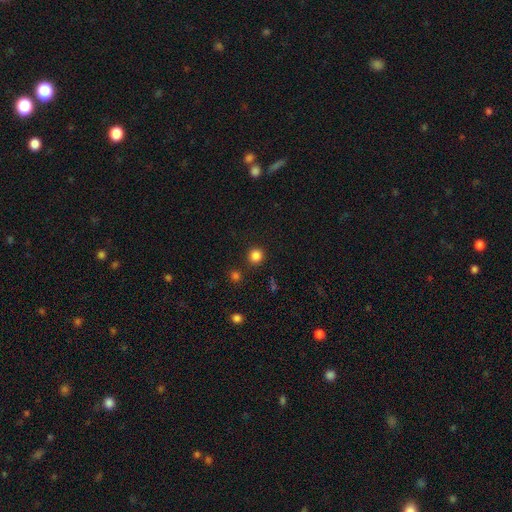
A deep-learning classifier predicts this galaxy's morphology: smooth_or_featured: smooth (p=0.84) [alt: star or artifact p=0.13]
how_rounded: round (p=0.93) [alt: in between p=0.06]
merging: none (p=0.89) [alt: minor disturbance p=0.06]